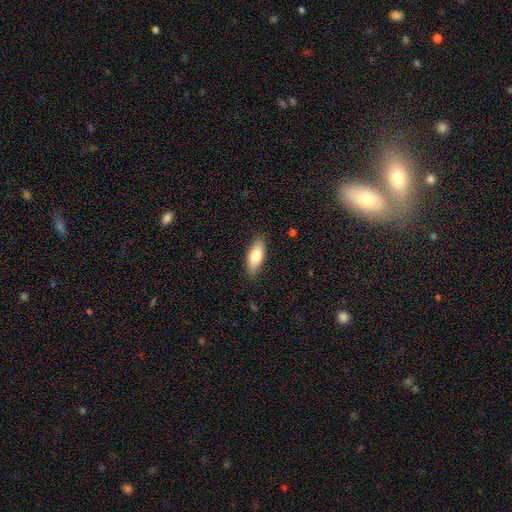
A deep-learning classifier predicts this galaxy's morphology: This appears to be a smooth galaxy with no disk features (81%) that is in between round and cigar-shaped (72%). Merging: none (86%).